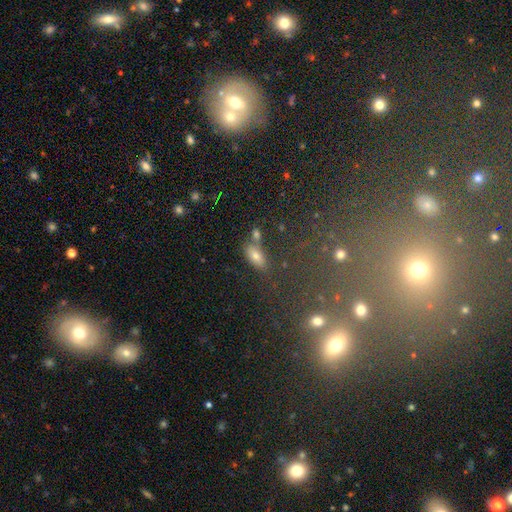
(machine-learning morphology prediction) This is likely a smooth galaxy (69%). How rounded: clearly in between (82%). Merging: likely none (66%).